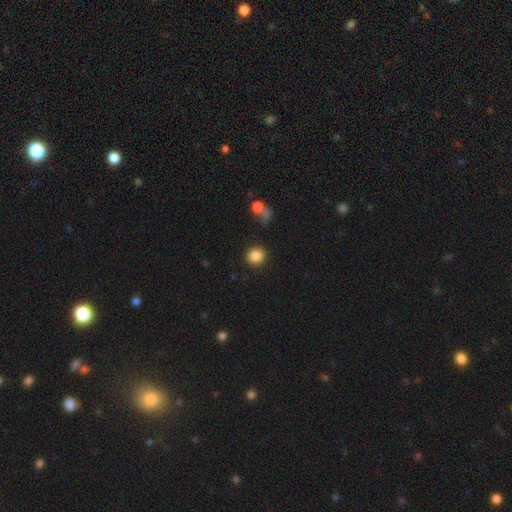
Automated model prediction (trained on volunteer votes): A smooth galaxy with no disk features (86%) that is round (85%). Merging: none (87%).